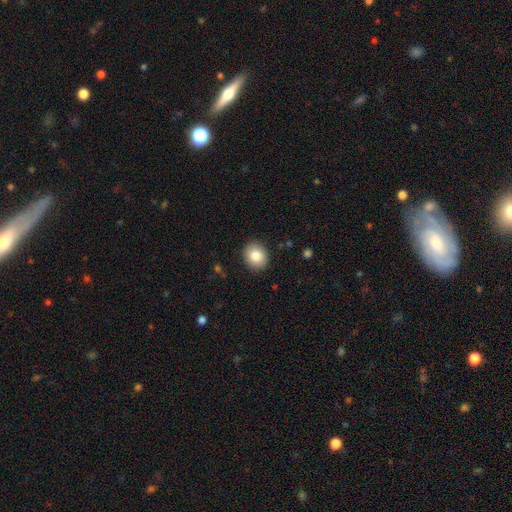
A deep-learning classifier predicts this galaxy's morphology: Smooth or featured? smooth (84%)
How rounded? round (69%)
Merging? none (90%)